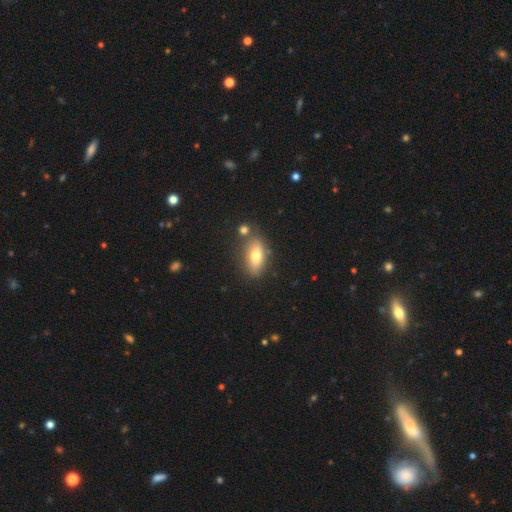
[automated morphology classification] smooth 71%, featured or disk 21%, star or artifact 8%. Down the decision tree: how rounded — in between (83%); merging — none (72%).